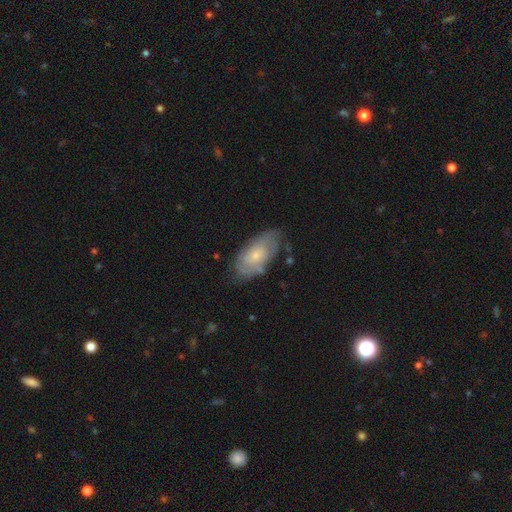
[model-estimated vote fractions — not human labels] Smooth or featured? Predicted: featured or disk (p=0.54). Edge-on disk? Predicted: no (p=0.92). Merging? Predicted: none (p=0.64).